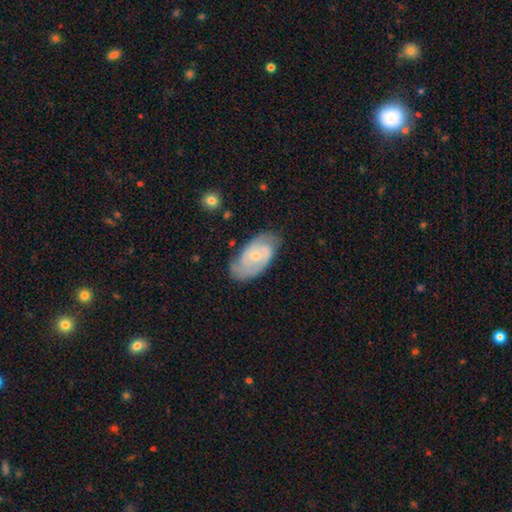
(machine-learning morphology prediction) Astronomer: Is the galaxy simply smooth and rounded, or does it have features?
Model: featured or disk — 76%.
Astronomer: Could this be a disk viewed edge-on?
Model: no — 96%.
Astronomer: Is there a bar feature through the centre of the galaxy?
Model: no — 65%.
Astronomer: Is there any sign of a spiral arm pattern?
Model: yes — 92%.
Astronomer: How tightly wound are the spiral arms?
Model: tight — 53% (runner-up: medium, 37%).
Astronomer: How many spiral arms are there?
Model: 2 — 66%.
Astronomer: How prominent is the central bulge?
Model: small — 71%.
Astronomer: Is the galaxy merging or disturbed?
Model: none — 72%.